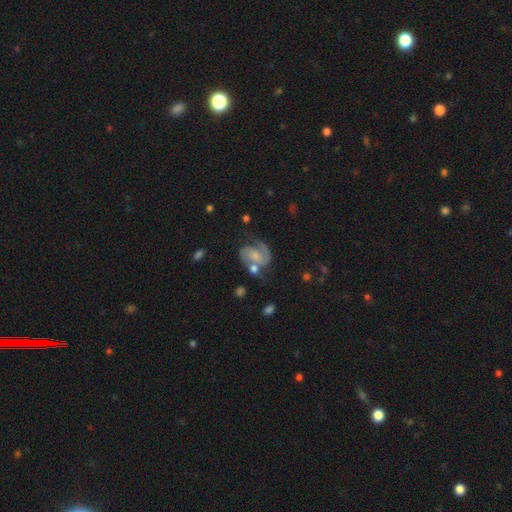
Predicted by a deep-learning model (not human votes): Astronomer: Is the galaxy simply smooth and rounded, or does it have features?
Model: featured or disk — 79%.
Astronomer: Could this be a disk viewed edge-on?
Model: no — 98%.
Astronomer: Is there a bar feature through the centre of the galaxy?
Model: no — 46% (runner-up: weak, 40%).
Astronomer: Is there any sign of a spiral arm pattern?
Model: yes — 94%.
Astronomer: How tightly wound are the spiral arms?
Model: medium — 53%.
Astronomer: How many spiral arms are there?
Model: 2 — 73%.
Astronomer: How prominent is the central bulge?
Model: small — 46% (runner-up: moderate, 33%).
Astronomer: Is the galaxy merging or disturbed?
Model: none — 46%.